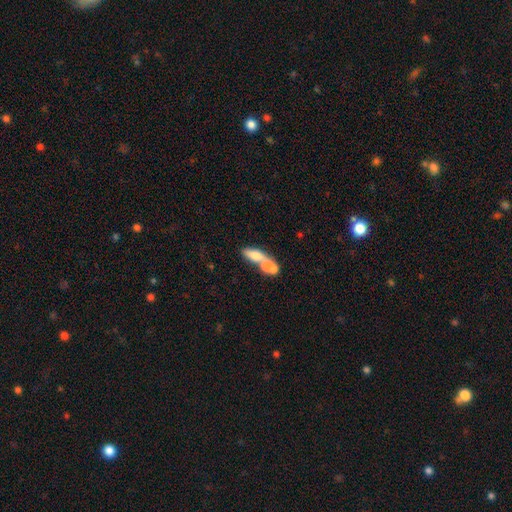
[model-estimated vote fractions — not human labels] Overall: smooth (60%; featured or disk 32%). How rounded: in between (61%; cigar-shaped 29%). Merging: merger (65%).